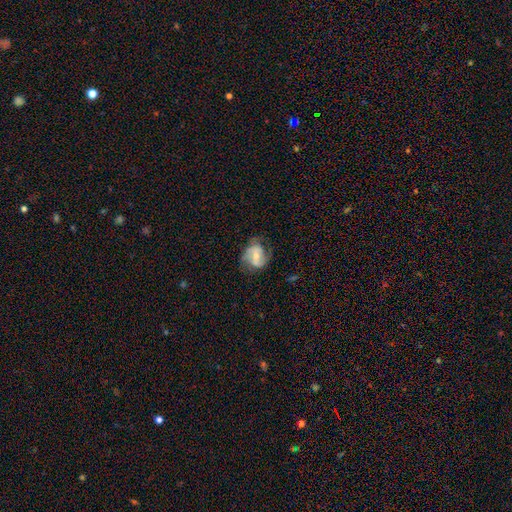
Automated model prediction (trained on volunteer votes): The model was most divided on "bulge size": small: 49%, moderate: 45%, none: 3%, large: 2%, dominant: 1%. Remaining: edge-on disk — no (97%); spiral arms — yes (87%); spiral arm count — 2 (76%); smooth or featured — featured or disk (70%); merging — none (62%); spiral winding — medium (46%); bar — weak (43%).